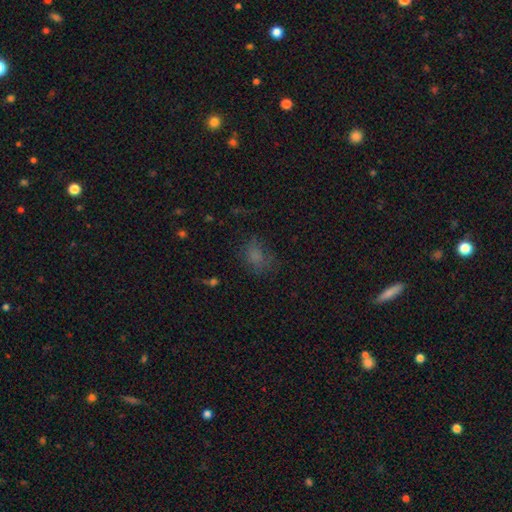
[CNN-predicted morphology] Smooth or featured? smooth (68%)
How rounded? in between (62%)
Merging? none (56%)